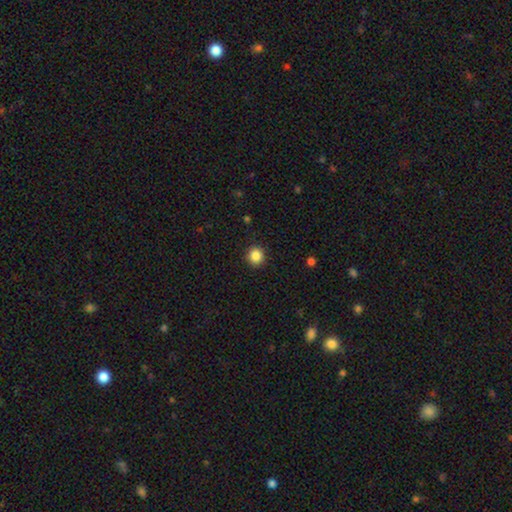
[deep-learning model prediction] smooth 87%, star or artifact 10%, featured or disk 3%. Down the decision tree: how rounded — round (92%); merging — none (91%).